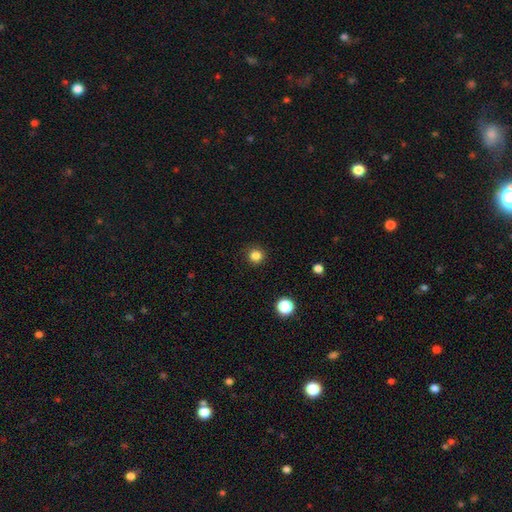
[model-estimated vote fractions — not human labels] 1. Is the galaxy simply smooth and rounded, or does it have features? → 83% smooth, 13% star or artifact, 4% featured or disk.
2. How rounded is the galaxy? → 94% round, 5% in between, 1% cigar-shaped.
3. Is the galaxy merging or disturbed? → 91% none, 6% minor disturbance, 2% major disturbance, 1% merger.